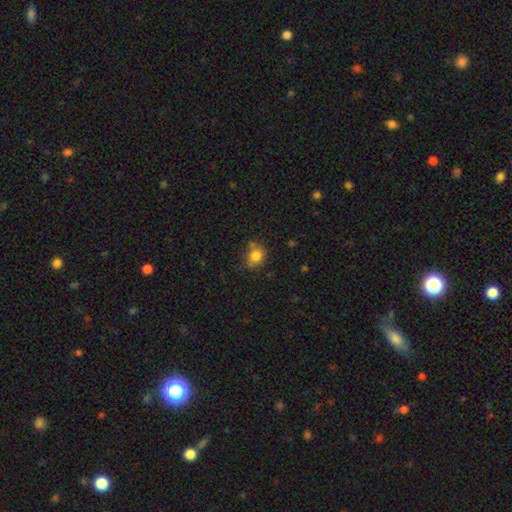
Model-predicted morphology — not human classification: Smooth or featured?
  - smooth: 81% *
  - star or artifact: 11%
  - featured or disk: 8%
How rounded?
  - round: 57% *
  - in between: 42%
  - cigar-shaped: 1%
Merging?
  - none: 57% *
  - minor disturbance: 25%
  - merger: 10%
  - major disturbance: 8%